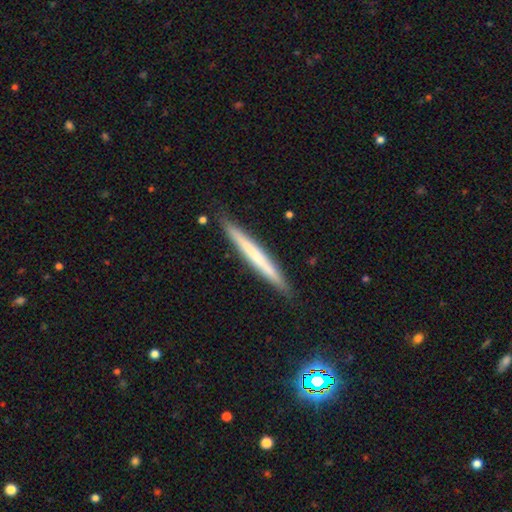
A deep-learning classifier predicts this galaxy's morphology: smooth-or-featured: smooth: 49% | featured or disk: 44% | star or artifact: 6%
  merging: none: 90% | minor disturbance: 8% | major disturbance: 1% | merger: 1%